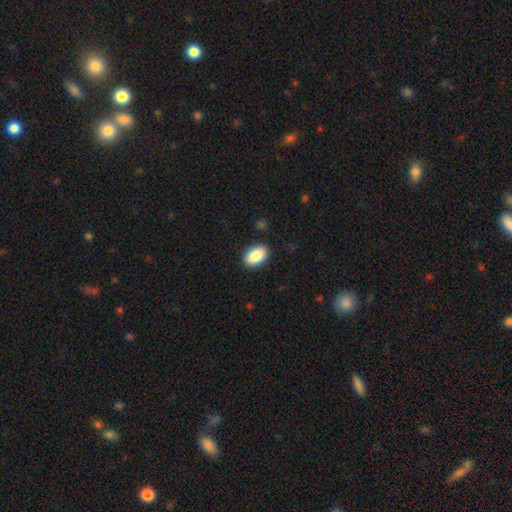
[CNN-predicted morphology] This is clearly a smooth galaxy (88%). How rounded: clearly in between (92%). Merging: clearly none (89%).